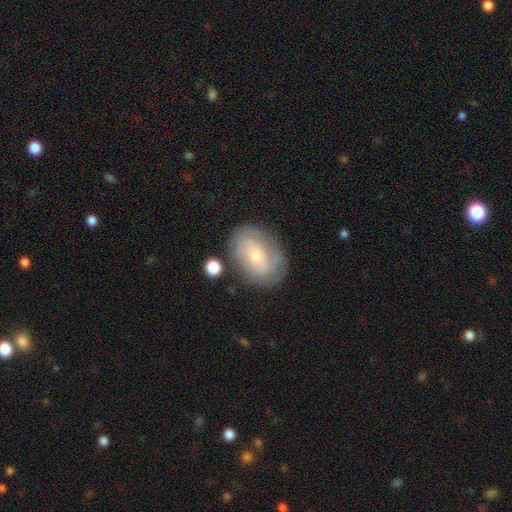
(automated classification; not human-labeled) Q: Smooth or featured?
A: featured or disk (54%); runner-up: smooth (38%)
Q: Edge-on disk?
A: no (95%); runner-up: yes (5%)
Q: Bar?
A: no (70%); runner-up: weak (24%)
Q: Spiral arms?
A: yes (64%); runner-up: no (36%)
Q: Bulge size?
A: small (63%); runner-up: moderate (32%)
Q: Merging?
A: none (69%); runner-up: minor disturbance (20%)